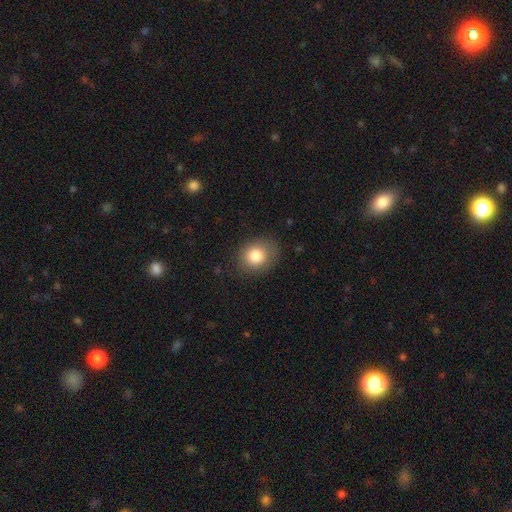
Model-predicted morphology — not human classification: smooth 82%, star or artifact 9%, featured or disk 8%. Down the decision tree: how rounded — round (63%); merging — none (82%).